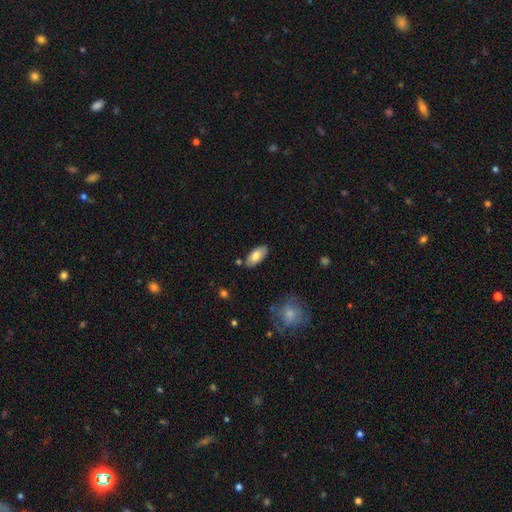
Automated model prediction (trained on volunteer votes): Smooth or featured: smooth — 77% (featured or disk — 17%)
How rounded: in between — 92% (cigar-shaped — 6%)
Merging: none — 82% (minor disturbance — 12%)